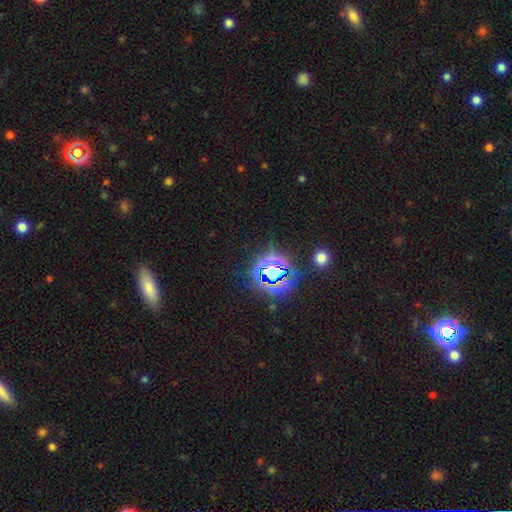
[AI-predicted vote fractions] Overall: star or artifact (71%).